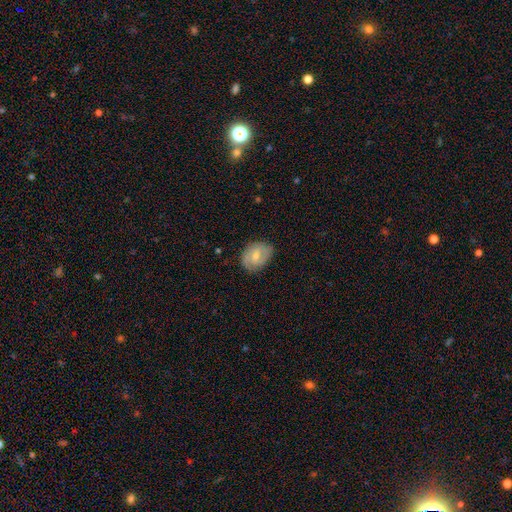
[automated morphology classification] Smooth or featured? smooth (48%)
Merging? none (76%)